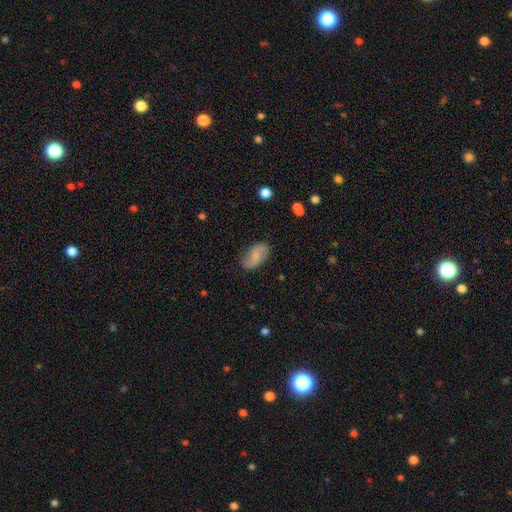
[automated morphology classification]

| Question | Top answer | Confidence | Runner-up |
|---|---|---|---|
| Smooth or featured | featured or disk | 51% | smooth (41%) |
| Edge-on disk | no | 96% | yes (4%) |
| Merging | none | 75% | minor disturbance (18%) |